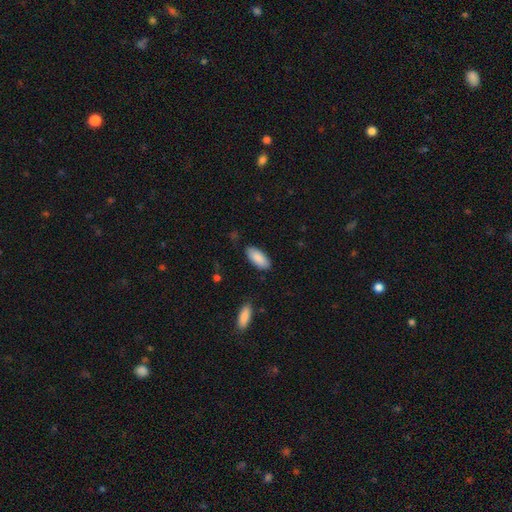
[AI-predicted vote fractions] Smooth or featured? Predicted: smooth (p=0.89). How rounded? Predicted: in between (p=0.87). Merging? Predicted: none (p=0.84).